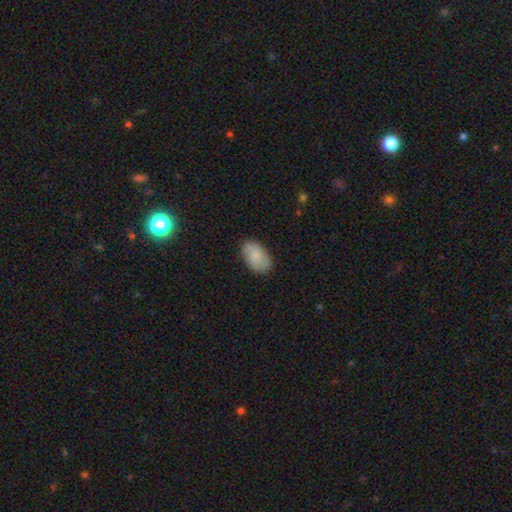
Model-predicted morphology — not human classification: Smooth or featured? Predicted: smooth (p=0.84). How rounded? Predicted: in between (p=0.93). Merging? Predicted: none (p=0.82).